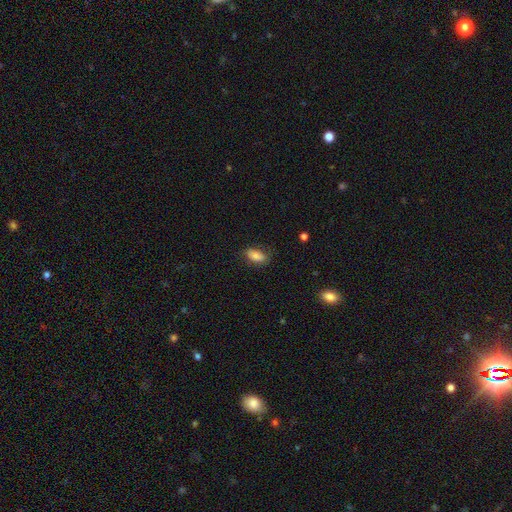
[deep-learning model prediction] Smooth or featured? smooth (79%)
How rounded? in between (90%)
Merging? none (73%)